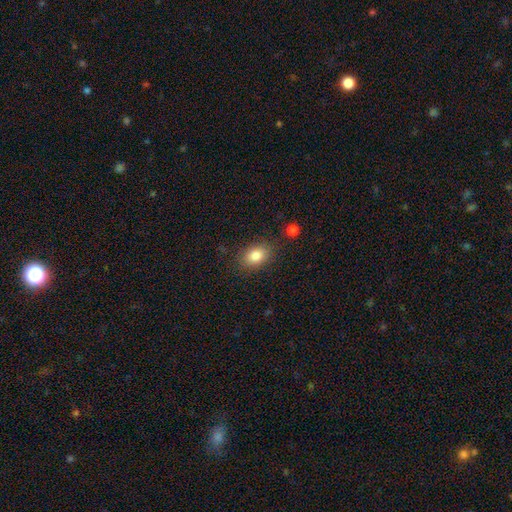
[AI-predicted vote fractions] A smooth galaxy with no disk features (84%) that is in between round and cigar-shaped (78%). Merging: none (82%).